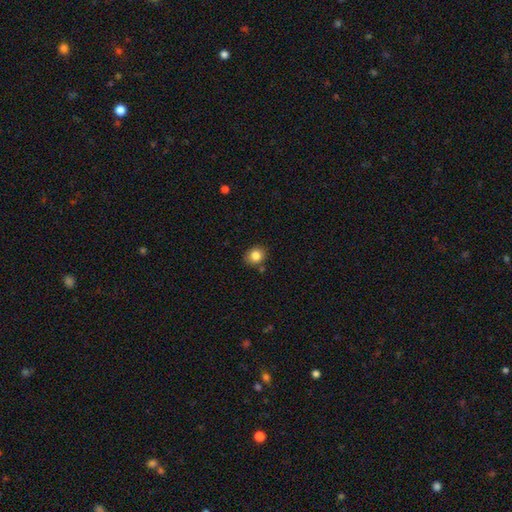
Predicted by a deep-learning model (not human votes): The model was most divided on "how rounded": round: 68%, in between: 31%, cigar-shaped: 1%. More confident: smooth or featured — smooth (83%); merging — none (80%).